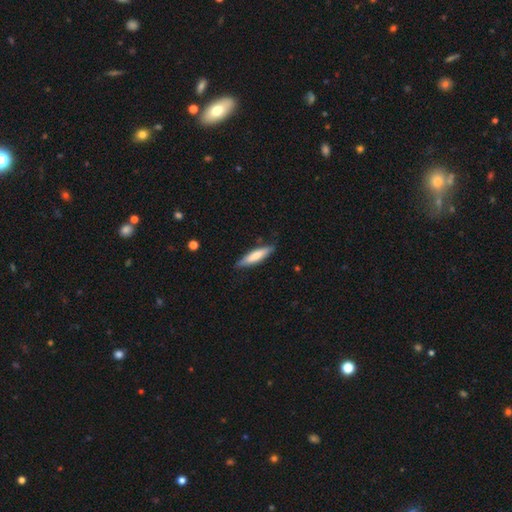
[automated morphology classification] A smooth galaxy with no disk features (70%) that is cigar-shaped (78%). Merging: none (83%).